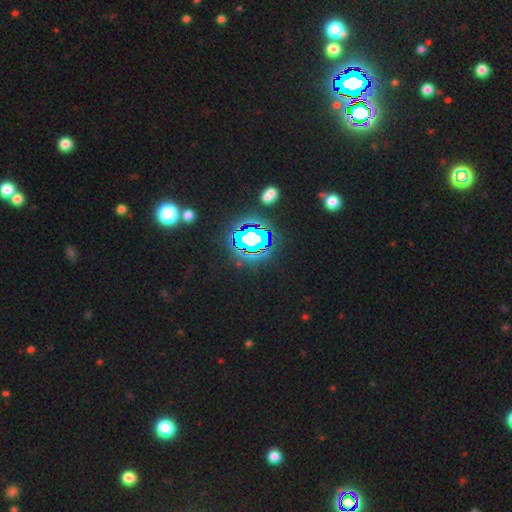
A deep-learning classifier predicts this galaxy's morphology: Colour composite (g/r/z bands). It shows a star or artifact, not a galaxy (83%).